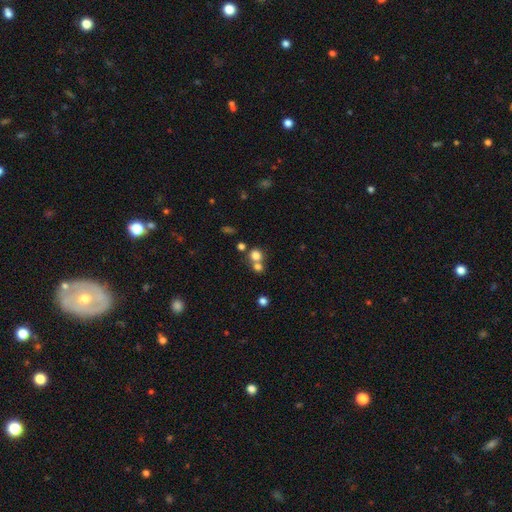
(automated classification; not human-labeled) The model was most divided on "merging": none: 47%, merger: 44%, minor disturbance: 6%, major disturbance: 3%. More confident: how rounded — round (86%); smooth or featured — smooth (75%).